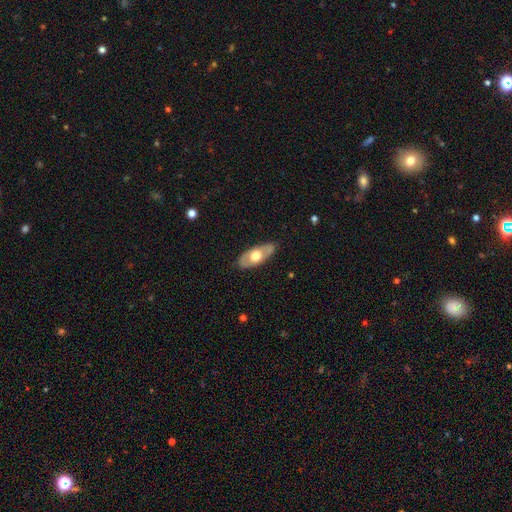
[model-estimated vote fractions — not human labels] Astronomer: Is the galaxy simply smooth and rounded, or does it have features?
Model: smooth — 49% (runner-up: featured or disk, 46%).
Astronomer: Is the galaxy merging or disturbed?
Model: none — 84%.